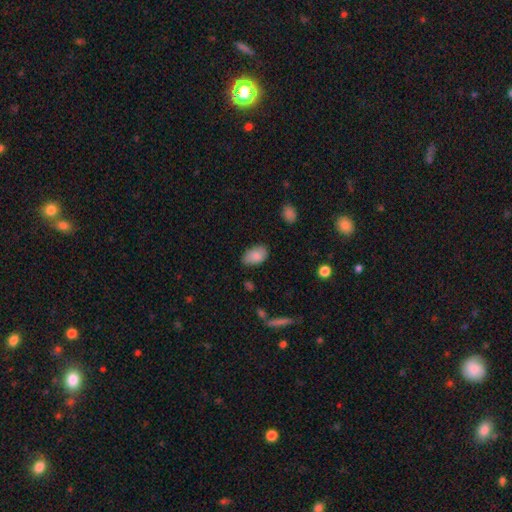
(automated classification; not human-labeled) Smooth or featured? smooth (86%)
How rounded? in between (93%)
Merging? none (79%)